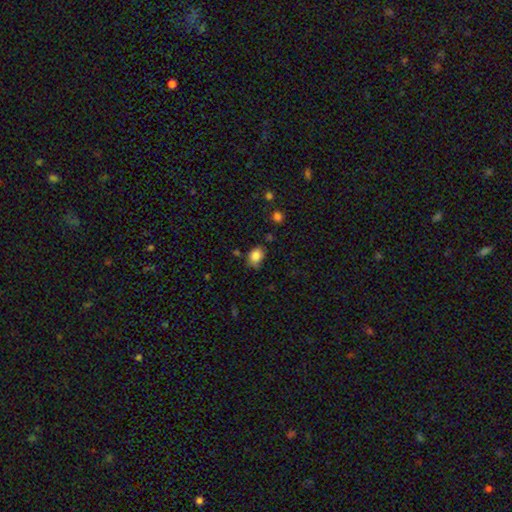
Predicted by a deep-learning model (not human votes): Smooth or featured: smooth — 85% (star or artifact — 9%)
How rounded: in between — 65% (round — 33%)
Merging: none — 67% (minor disturbance — 24%)